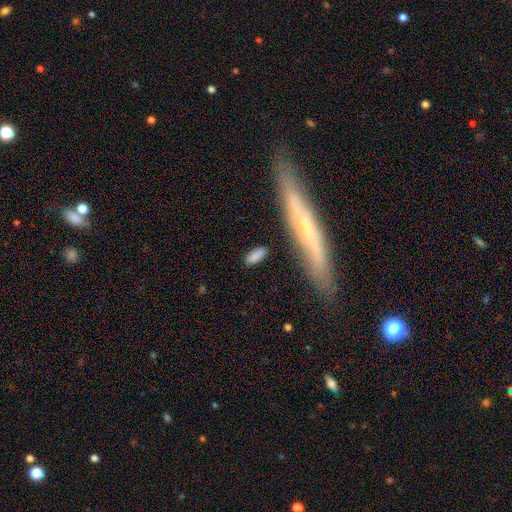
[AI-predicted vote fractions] Smooth or featured? smooth (82%)
How rounded? in between (77%)
Merging? none (78%)